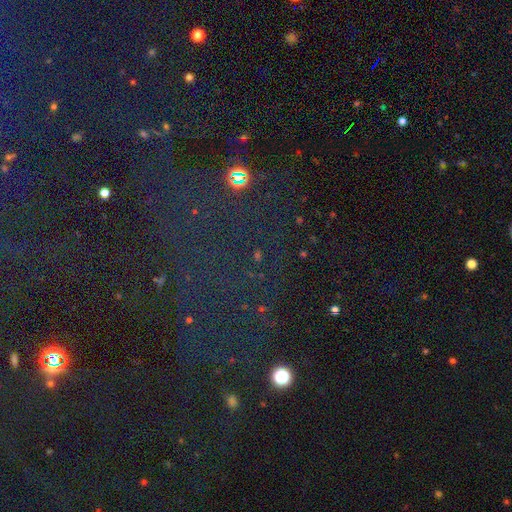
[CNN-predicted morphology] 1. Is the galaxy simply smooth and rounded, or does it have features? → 80% star or artifact, 12% smooth, 8% featured or disk.